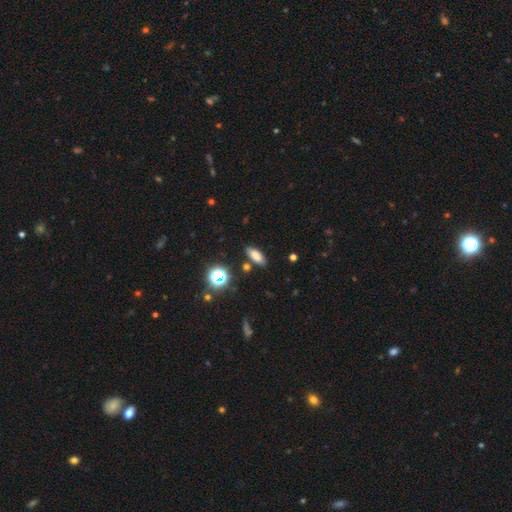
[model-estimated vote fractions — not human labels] Smooth or featured? smooth (78%)
How rounded? in between (71%)
Merging? none (82%)